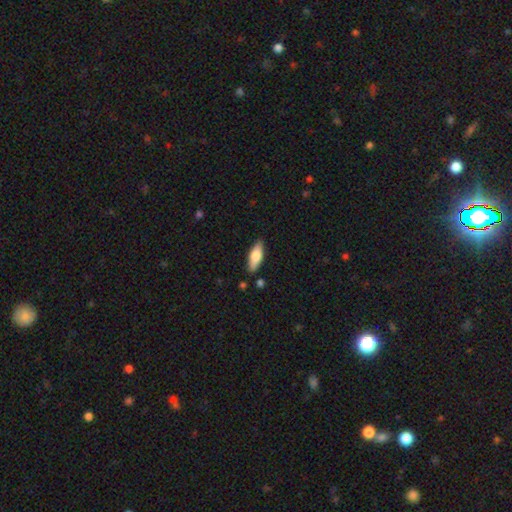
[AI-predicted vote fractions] Smooth or featured? smooth (72%)
How rounded? in between (66%)
Merging? none (85%)